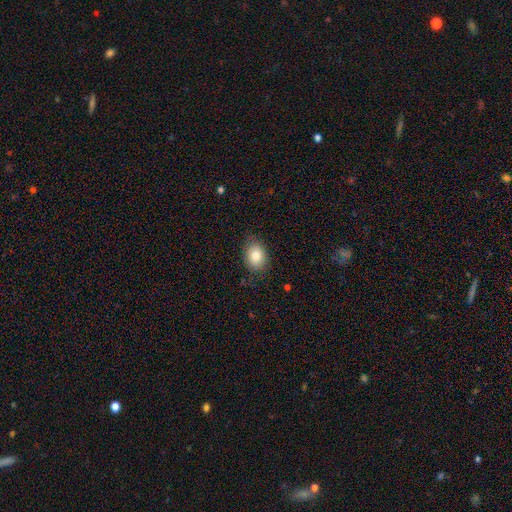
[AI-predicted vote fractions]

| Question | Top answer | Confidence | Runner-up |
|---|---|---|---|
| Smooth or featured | smooth | 82% | featured or disk (10%) |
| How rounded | in between | 67% | round (32%) |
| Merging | none | 82% | minor disturbance (14%) |